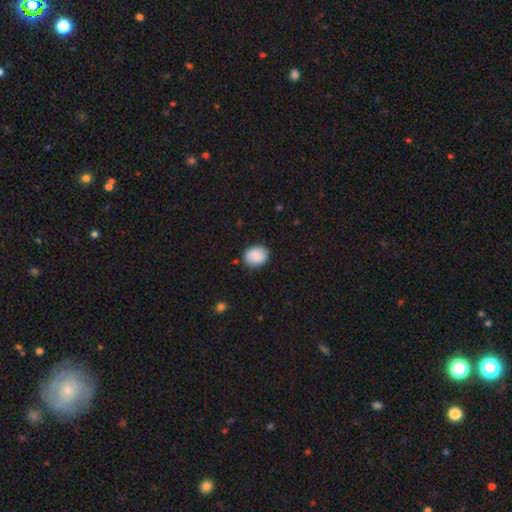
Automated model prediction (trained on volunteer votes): This is clearly a smooth galaxy (87%). How rounded: possibly in between (51%). Merging: clearly none (85%).